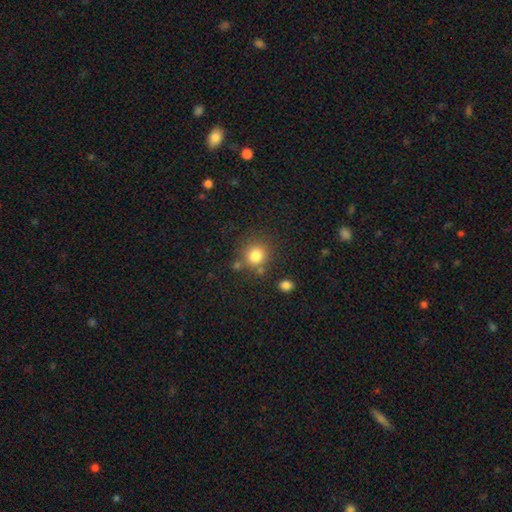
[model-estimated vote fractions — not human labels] A smooth galaxy with no disk features (81%) that is round (88%). Merging: none (74%).